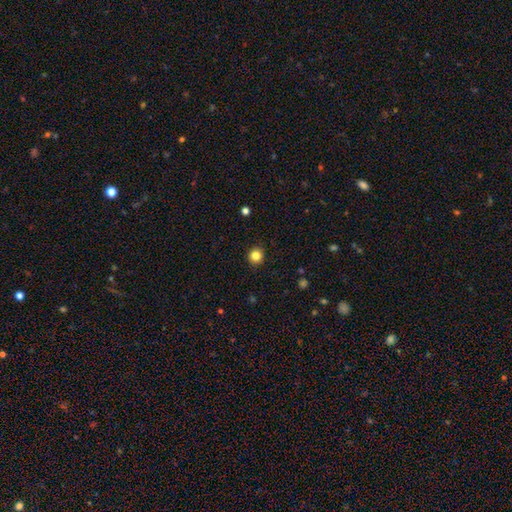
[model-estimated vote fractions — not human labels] This is clearly a smooth galaxy (83%). How rounded: clearly round (94%). Merging: clearly none (92%).